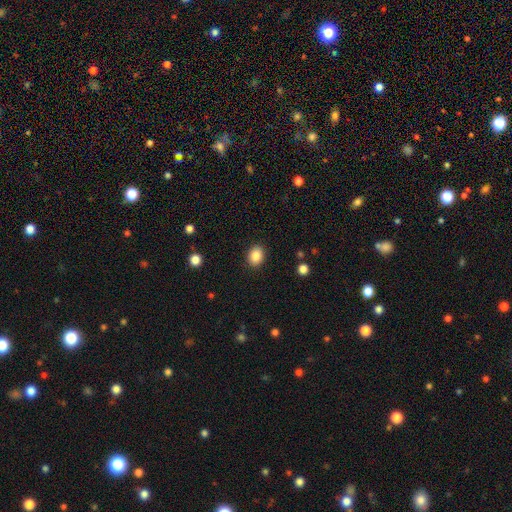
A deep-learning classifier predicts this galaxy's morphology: Smooth or featured: smooth — 87% (star or artifact — 9%)
How rounded: in between — 54% (round — 45%)
Merging: none — 90% (minor disturbance — 7%)